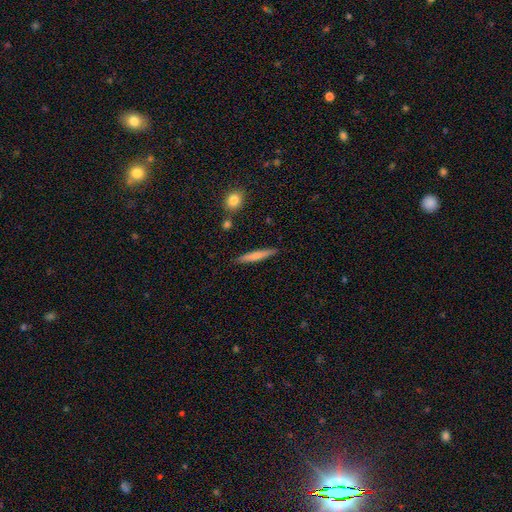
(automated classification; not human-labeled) Smooth or featured? smooth (64%)
How rounded? cigar-shaped (93%)
Merging? none (87%)